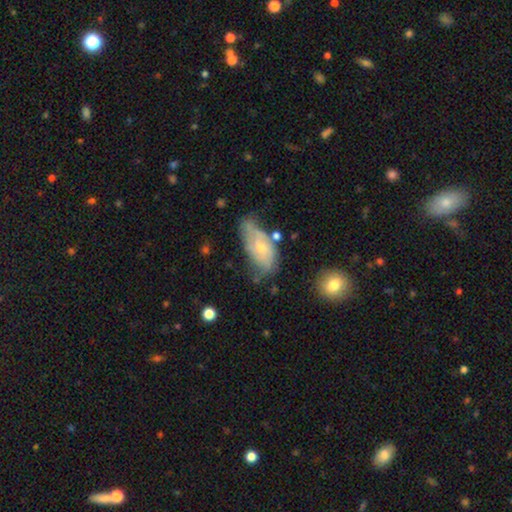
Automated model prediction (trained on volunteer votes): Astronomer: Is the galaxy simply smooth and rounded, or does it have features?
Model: featured or disk — 44% (runner-up: smooth, 31%).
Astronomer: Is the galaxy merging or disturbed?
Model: none — 65%.